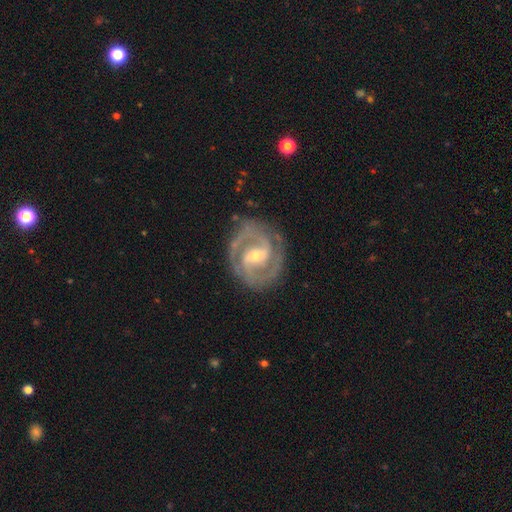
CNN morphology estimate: This appears to be a featured or disk galaxy (91%) with a weak bar (44%), 2 (81%) tight (48%) spiral arms (98%) and a small central bulge (52%). Merging: none (82%).